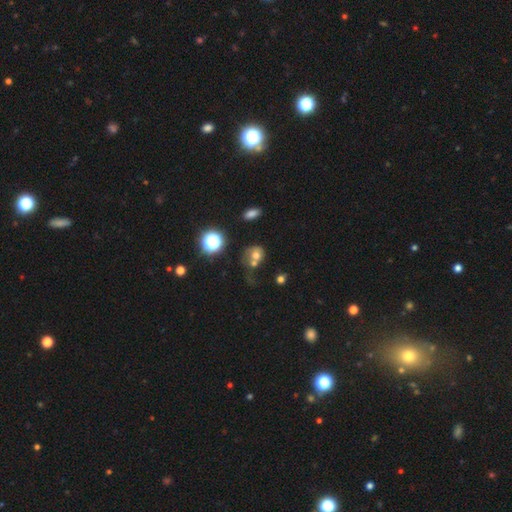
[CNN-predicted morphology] smooth-or-featured: smooth: 62% | star or artifact: 21% | featured or disk: 17%
  how-rounded: round: 67% | in between: 32% | cigar-shaped: 1%
  merging: merger: 46% | none: 31% | minor disturbance: 12% | major disturbance: 11%